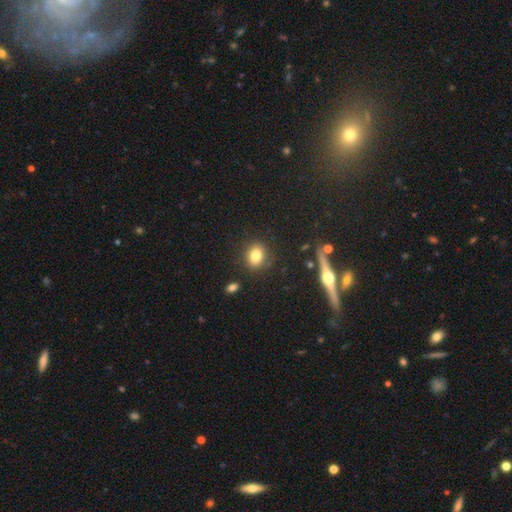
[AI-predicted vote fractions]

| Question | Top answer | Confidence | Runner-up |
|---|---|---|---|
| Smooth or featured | smooth | 81% | star or artifact (10%) |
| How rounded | round | 55% | in between (43%) |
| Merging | none | 85% | minor disturbance (9%) |